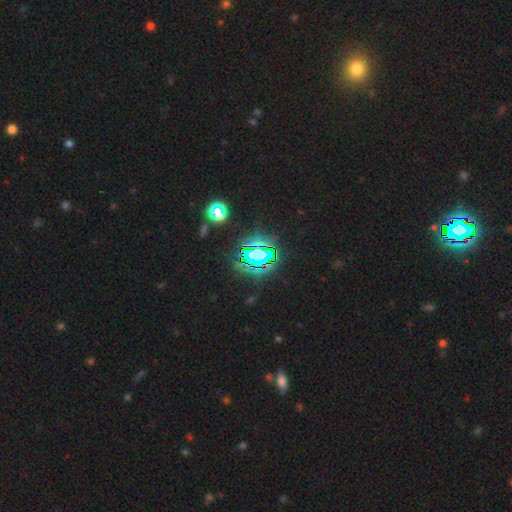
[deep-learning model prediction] The model was most divided on "smooth or featured": star or artifact: 81%, smooth: 12%, featured or disk: 7%.